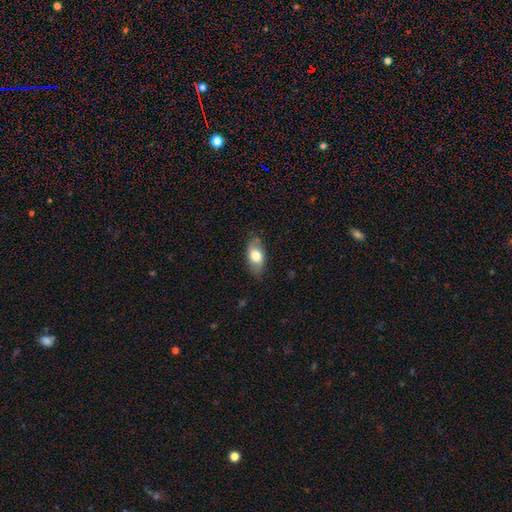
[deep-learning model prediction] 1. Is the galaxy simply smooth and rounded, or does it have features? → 68% smooth, 26% featured or disk, 6% star or artifact.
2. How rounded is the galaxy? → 90% in between, 5% round, 5% cigar-shaped.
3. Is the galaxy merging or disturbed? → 79% none, 16% minor disturbance, 4% major disturbance, 1% merger.